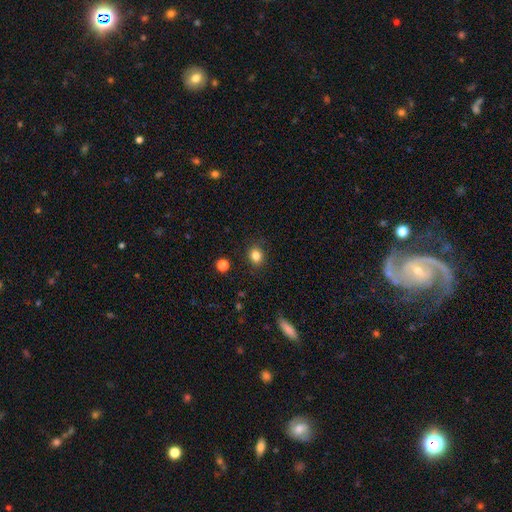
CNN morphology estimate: smooth_or_featured: smooth (p=0.83) [alt: star or artifact p=0.12]
how_rounded: round (p=0.69) [alt: in between p=0.30]
merging: none (p=0.88) [alt: minor disturbance p=0.09]